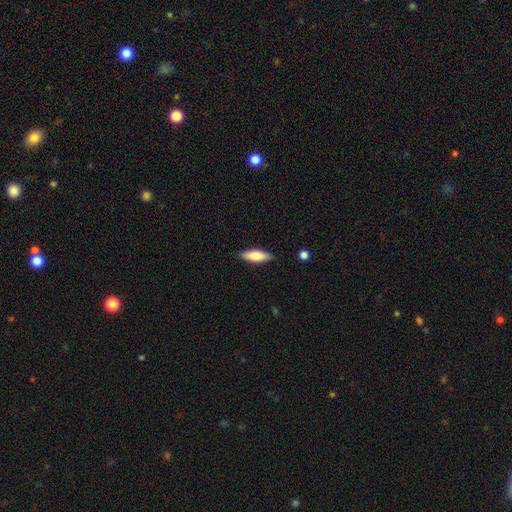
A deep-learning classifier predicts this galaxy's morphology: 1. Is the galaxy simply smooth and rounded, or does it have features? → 73% smooth, 21% featured or disk, 6% star or artifact.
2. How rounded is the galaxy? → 60% in between, 38% cigar-shaped, 2% round.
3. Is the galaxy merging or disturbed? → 86% none, 11% minor disturbance, 2% major disturbance, 1% merger.